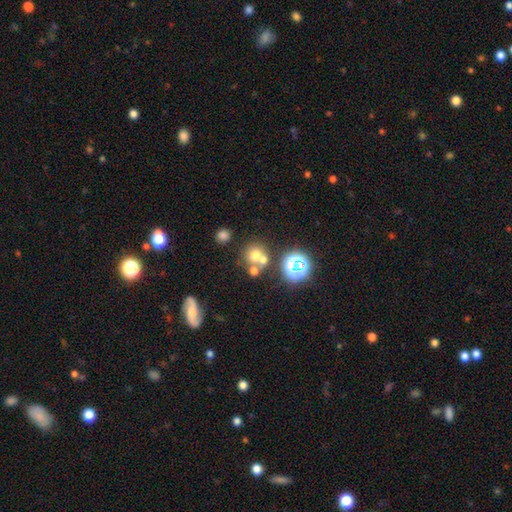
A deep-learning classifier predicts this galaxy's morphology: The model was most divided on "merging": none: 51%, merger: 36%, minor disturbance: 8%, major disturbance: 4%. More confident: how rounded — round (85%); smooth or featured — smooth (61%).